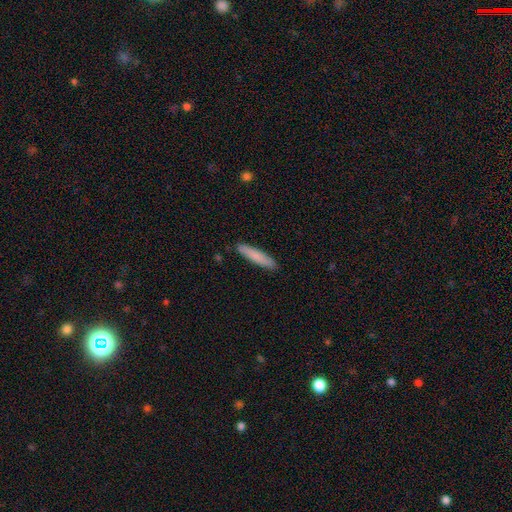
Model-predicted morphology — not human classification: This is clearly a smooth galaxy (81%). How rounded: clearly cigar-shaped (89%). Merging: clearly none (89%).